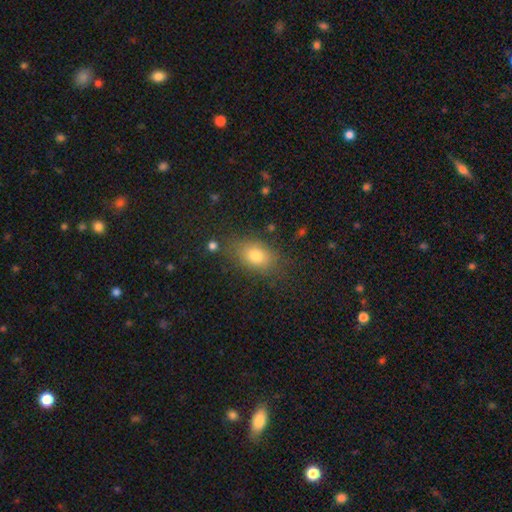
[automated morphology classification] The model was most divided on "how rounded": in between: 79%, round: 19%, cigar-shaped: 2%. More confident: smooth or featured — smooth (78%); merging — none (78%).